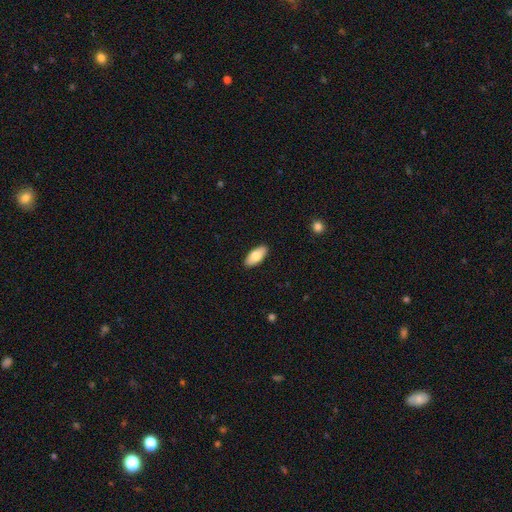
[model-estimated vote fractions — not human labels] The model was most divided on "smooth or featured": smooth: 80%, featured or disk: 14%, star or artifact: 6%. More confident: merging — none (90%); how rounded — in between (89%).